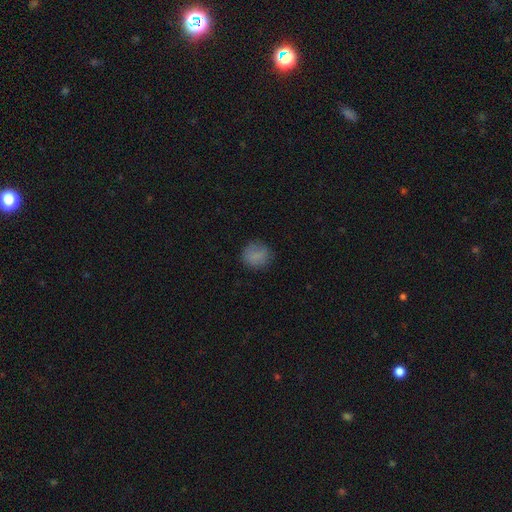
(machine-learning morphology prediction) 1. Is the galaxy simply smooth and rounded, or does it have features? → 82% smooth, 10% star or artifact, 8% featured or disk.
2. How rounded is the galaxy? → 84% round, 15% in between, 1% cigar-shaped.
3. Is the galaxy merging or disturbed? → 78% none, 16% minor disturbance, 5% major disturbance, 1% merger.